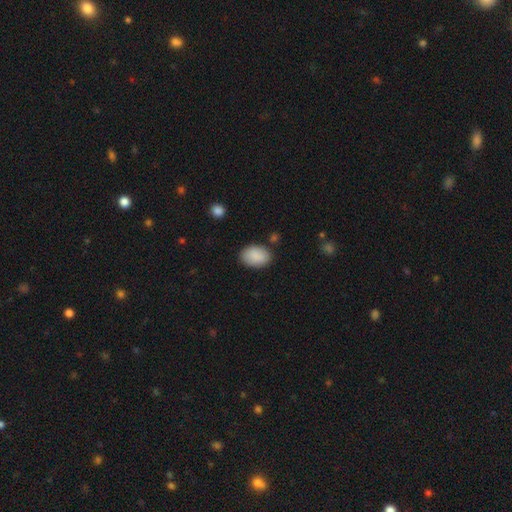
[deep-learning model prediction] A smooth galaxy with no disk features (90%) that is in between round and cigar-shaped (87%).

Vote fractions:
- Smooth or featured? smooth: 90% / star or artifact: 6% / featured or disk: 4%
- How rounded? in between: 87% / round: 12% / cigar-shaped: 1%
- Merging? none: 83% / minor disturbance: 12% / major disturbance: 3% / merger: 2%